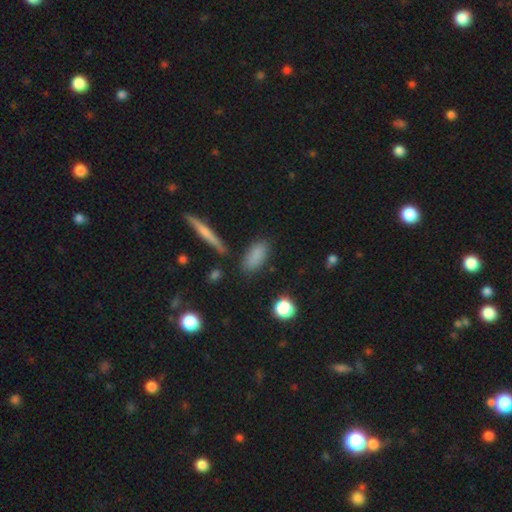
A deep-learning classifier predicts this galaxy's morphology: Smooth or featured: smooth — 84% (star or artifact — 9%)
How rounded: in between — 83% (cigar-shaped — 13%)
Merging: none — 80% (minor disturbance — 12%)